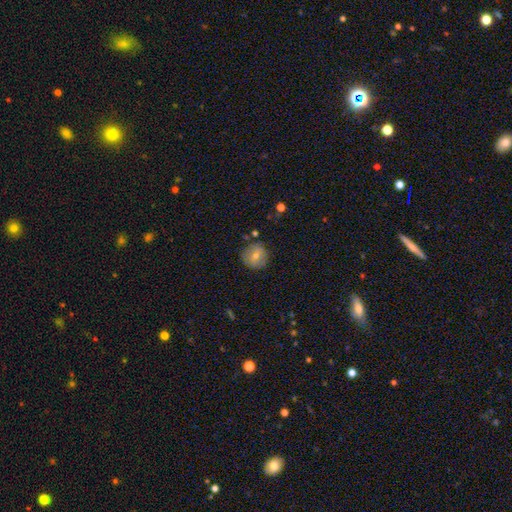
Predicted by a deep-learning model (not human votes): Morphology: type=smooth (71%); roundness=round (91%); merging=none (81%).